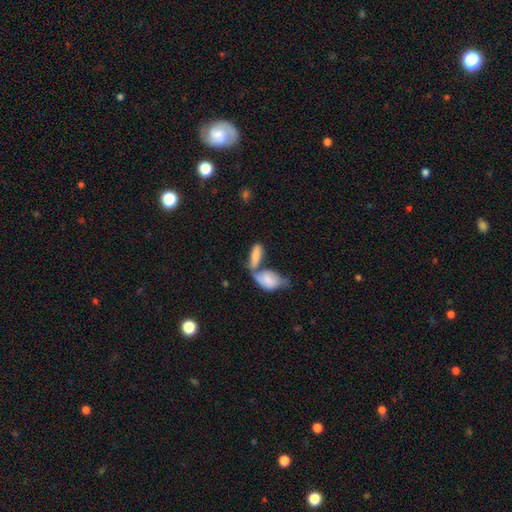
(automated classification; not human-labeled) Smooth or featured?
  - smooth: 77% *
  - featured or disk: 16%
  - star or artifact: 7%
How rounded?
  - in between: 75% *
  - cigar-shaped: 22%
  - round: 3%
Merging?
  - merger: 61% *
  - none: 24%
  - minor disturbance: 9%
  - major disturbance: 6%